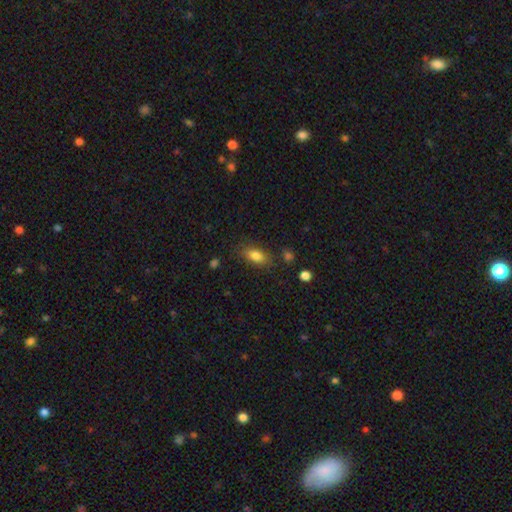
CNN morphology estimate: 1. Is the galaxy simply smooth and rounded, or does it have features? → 83% smooth, 9% featured or disk, 8% star or artifact.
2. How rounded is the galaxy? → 86% in between, 8% cigar-shaped, 6% round.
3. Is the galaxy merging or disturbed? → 78% none, 15% minor disturbance, 4% major disturbance, 3% merger.